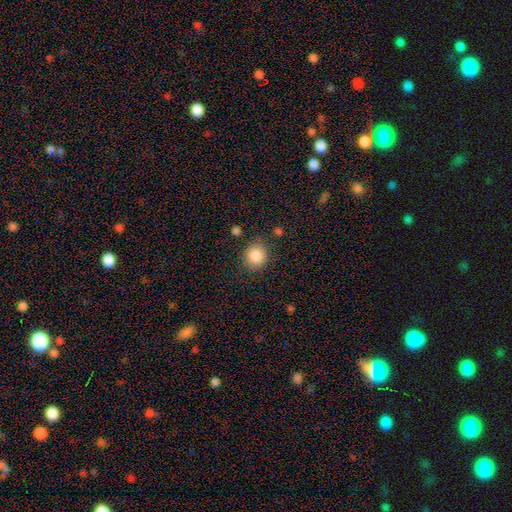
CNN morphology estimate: Q: Smooth or featured?
A: smooth (87%); runner-up: star or artifact (9%)
Q: How rounded?
A: round (79%); runner-up: in between (20%)
Q: Merging?
A: none (81%); runner-up: minor disturbance (12%)